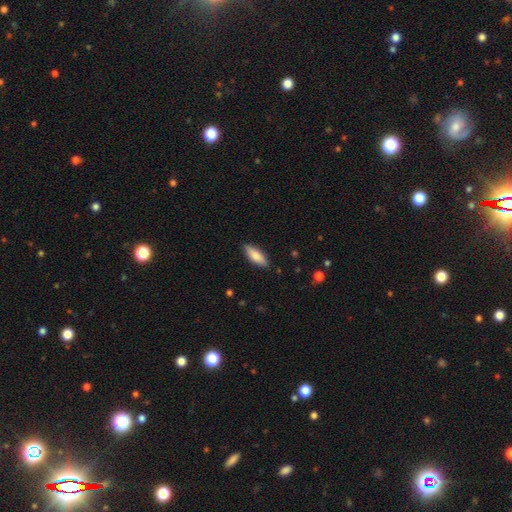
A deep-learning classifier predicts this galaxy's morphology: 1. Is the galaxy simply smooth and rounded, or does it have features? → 81% smooth, 13% featured or disk, 6% star or artifact.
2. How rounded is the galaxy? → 65% in between, 33% cigar-shaped, 2% round.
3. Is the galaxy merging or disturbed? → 86% none, 10% minor disturbance, 2% major disturbance, 1% merger.